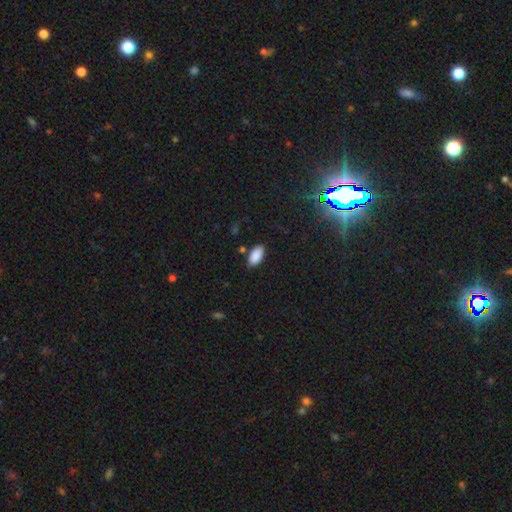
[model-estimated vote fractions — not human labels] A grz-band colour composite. It shows a smooth galaxy with no disk features (88%) that is in between round and cigar-shaped (94%). Merging: none (82%).